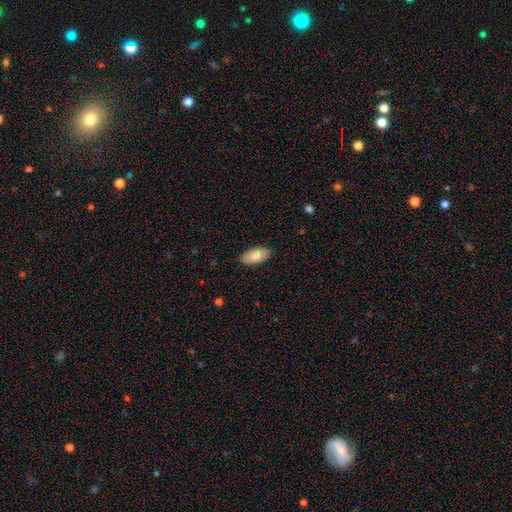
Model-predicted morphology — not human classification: Overall: smooth (82%). How rounded: in between (93%). Merging: none (88%).